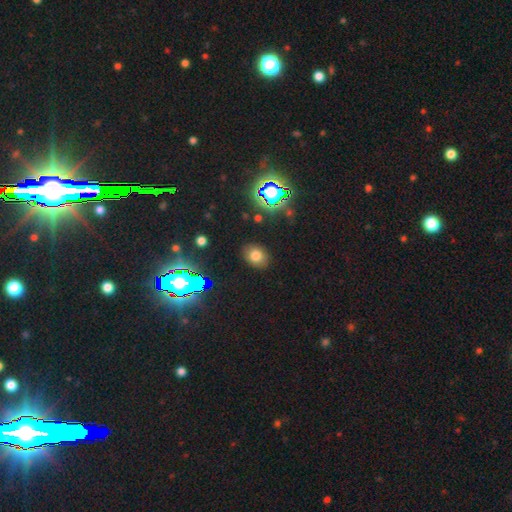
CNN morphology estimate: Smooth or featured: smooth — 73% (star or artifact — 18%)
How rounded: in between — 56% (round — 43%)
Merging: none — 86% (minor disturbance — 9%)